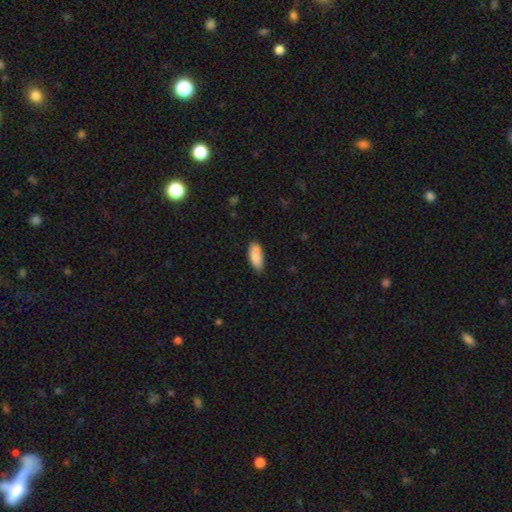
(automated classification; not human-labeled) This appears to be a smooth galaxy with no disk features (87%) that is in between round and cigar-shaped (84%). Merging: none (72%).